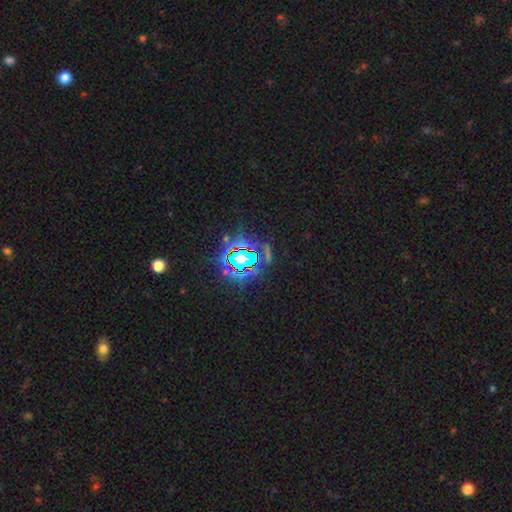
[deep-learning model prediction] Smooth or featured?
  - star or artifact: 81% *
  - smooth: 11%
  - featured or disk: 8%